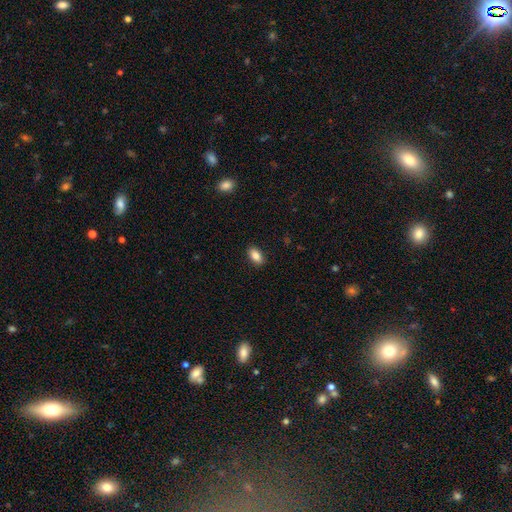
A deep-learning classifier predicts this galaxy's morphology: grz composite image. It shows a smooth galaxy with no disk features (86%) that is in between round and cigar-shaped (91%). Merging: none (89%).